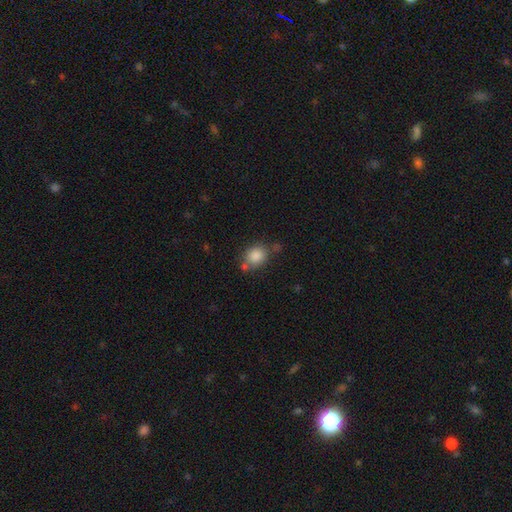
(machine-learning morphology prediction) This appears to be a smooth galaxy with no disk features (85%) that is round (62%). Merging: none (63%).